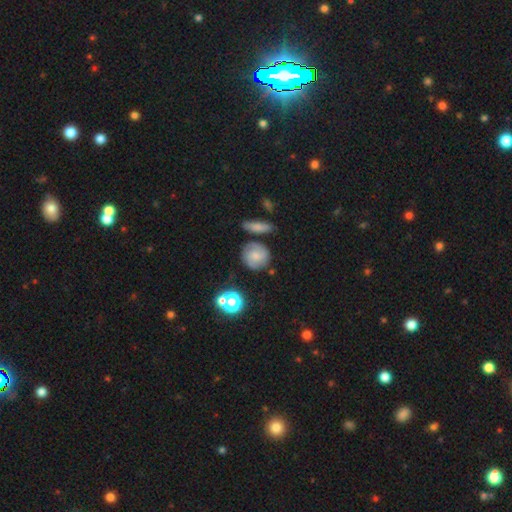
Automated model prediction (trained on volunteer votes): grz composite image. It shows a smooth galaxy with no disk features (46%). Merging: none (70%).